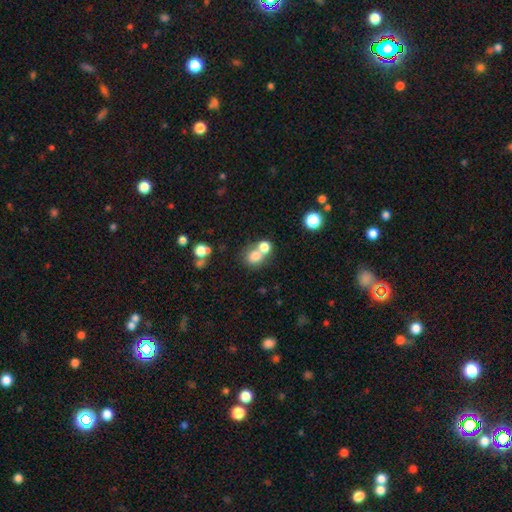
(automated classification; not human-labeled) Q: Smooth or featured?
A: smooth (76%); runner-up: star or artifact (13%)
Q: How rounded?
A: round (75%); runner-up: in between (24%)
Q: Merging?
A: merger (48%); runner-up: none (41%)